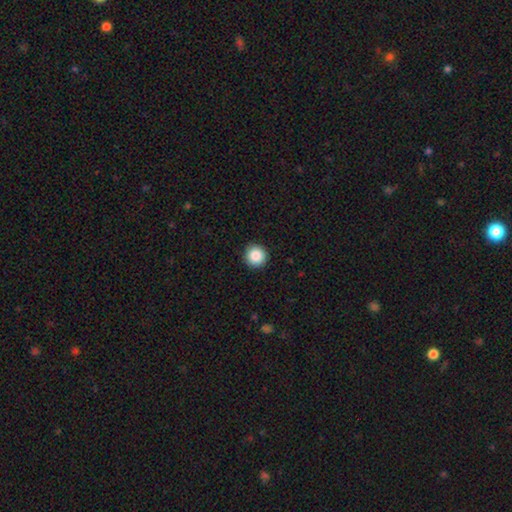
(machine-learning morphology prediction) This appears to be a smooth galaxy with no disk features (87%) that is round (96%). Merging: none (93%).